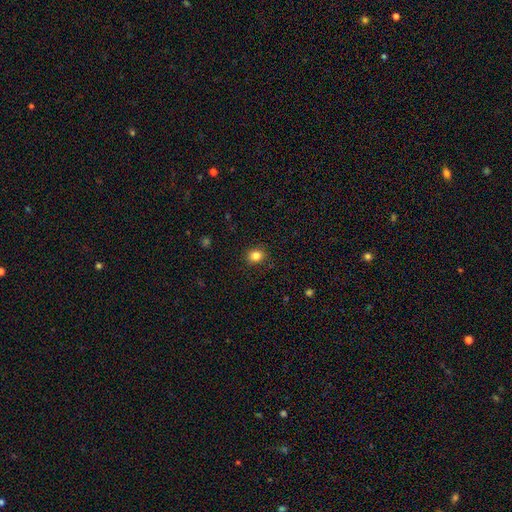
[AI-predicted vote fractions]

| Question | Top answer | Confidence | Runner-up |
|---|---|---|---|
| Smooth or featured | smooth | 84% | star or artifact (11%) |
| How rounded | round | 67% | in between (32%) |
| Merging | none | 89% | minor disturbance (8%) |